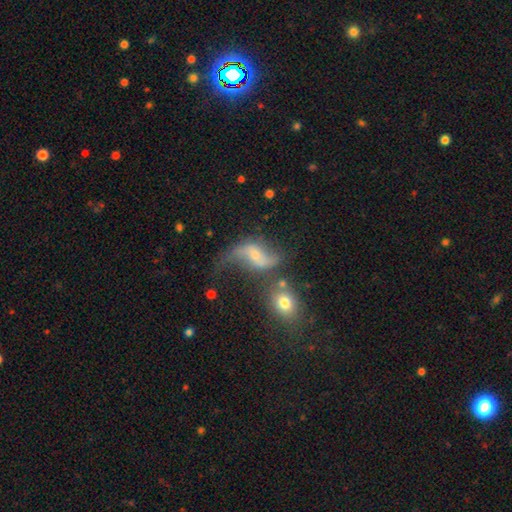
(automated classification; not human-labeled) This is likely a featured or disk galaxy (78%). It is clearly not viewed edge-on (95%). Bar: marginally no (44%). Spiral arm pattern: clearly yes (92%). Spiral arm count: clearly 2 (89%). Spiral winding: clearly loose (89%). Central bulge: likely small (61%). Merging: possibly none (45%).